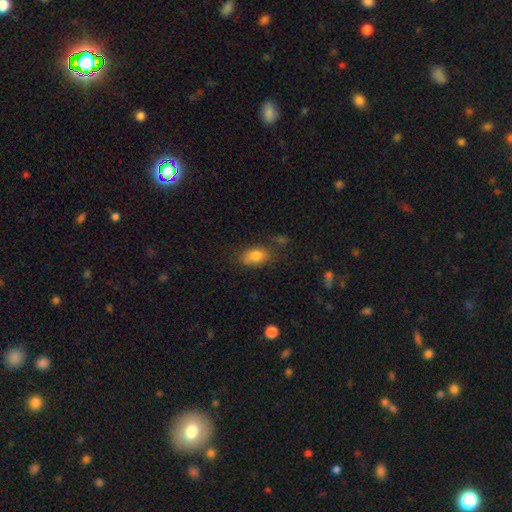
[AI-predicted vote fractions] smooth 81%, featured or disk 11%, star or artifact 8%. Down the decision tree: how rounded — in between (87%); merging — none (66%).